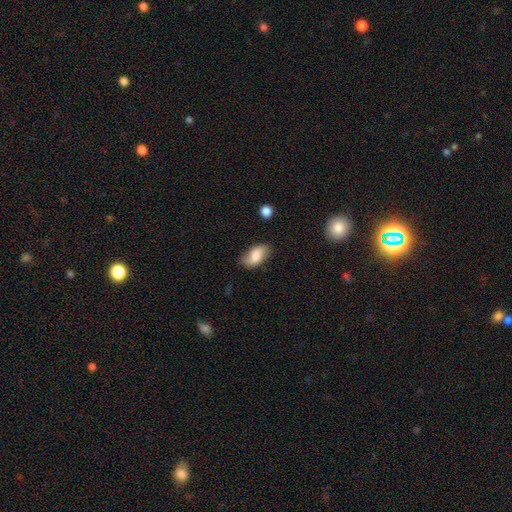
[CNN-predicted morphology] Smooth or featured: smooth — 77% (featured or disk — 16%)
How rounded: in between — 92% (round — 4%)
Merging: none — 72% (minor disturbance — 21%)